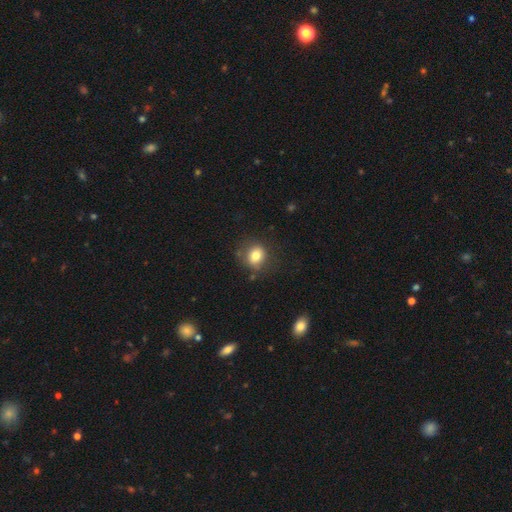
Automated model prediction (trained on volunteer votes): smooth_or_featured: smooth (p=0.79) [alt: star or artifact p=0.11]
how_rounded: round (p=0.73) [alt: in between p=0.27]
merging: none (p=0.76) [alt: minor disturbance p=0.16]